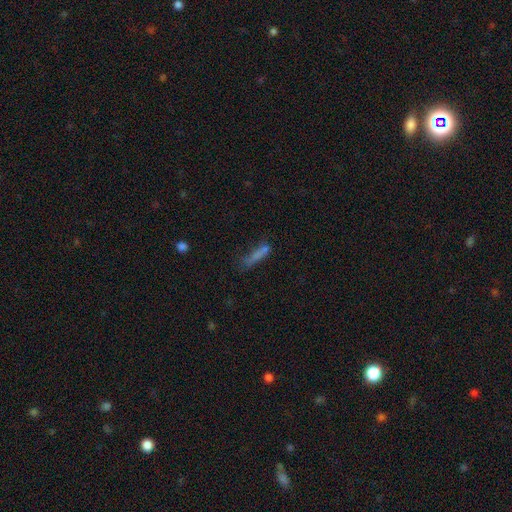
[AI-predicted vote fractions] Overall: smooth (67%). How rounded: cigar-shaped (83%). Merging: none (56%; minor disturbance 23%).